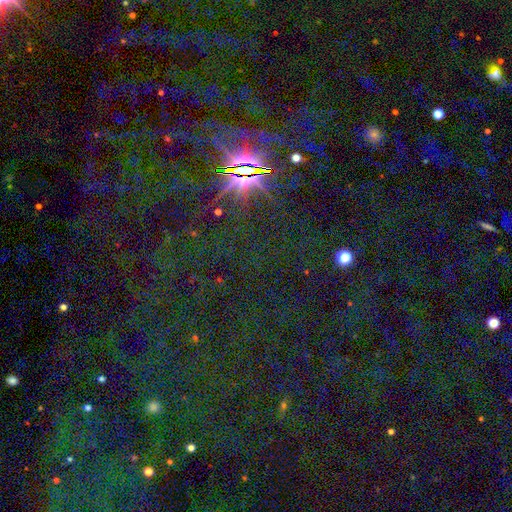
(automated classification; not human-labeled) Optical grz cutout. It shows a star or artifact, not a galaxy (87%).